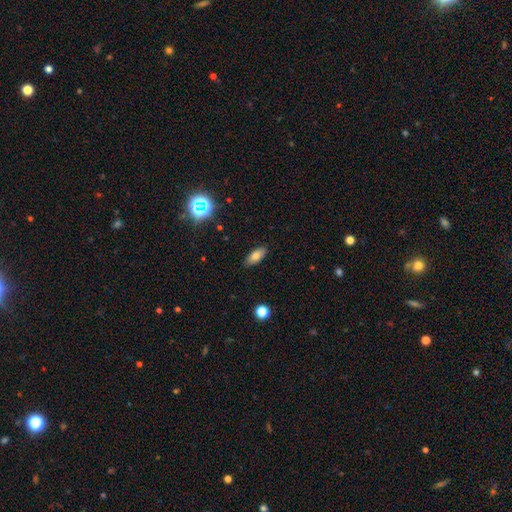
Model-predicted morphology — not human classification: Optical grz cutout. It shows a smooth galaxy with no disk features (75%) that is in between round and cigar-shaped (85%). Merging: none (88%).